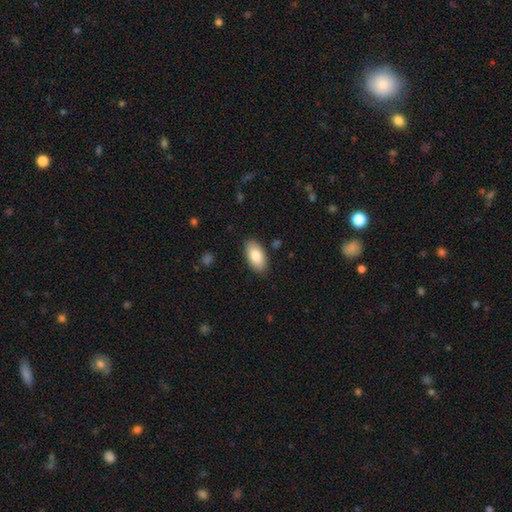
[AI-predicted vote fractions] Overall: smooth (81%). How rounded: in between (94%). Merging: none (87%).